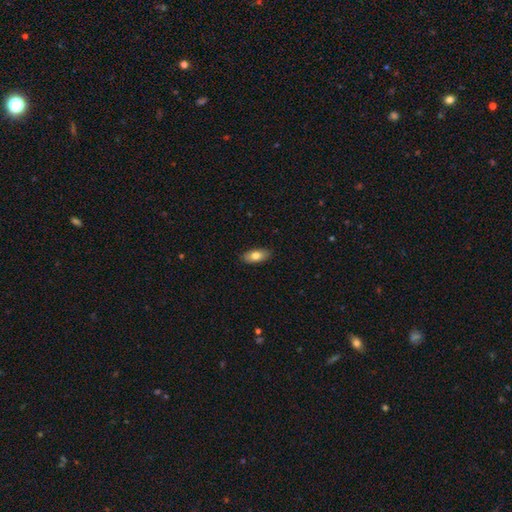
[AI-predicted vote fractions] The model was most divided on "smooth or featured": smooth: 78%, featured or disk: 15%, star or artifact: 6%. More confident: merging — none (88%); how rounded — in between (87%).